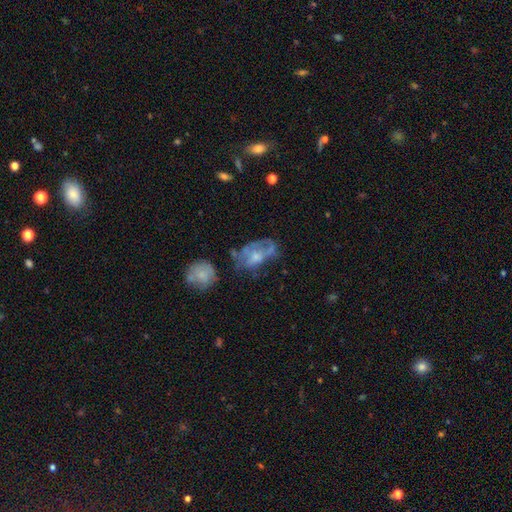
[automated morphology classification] Smooth or featured: featured or disk — 53% (smooth — 36%)
Edge-on disk: no — 95% (yes — 5%)
Bar: no — 82% (weak — 15%)
Spiral arms: no — 71% (yes — 29%)
Bulge size: moderate — 40% (small — 38%)
Merging: none — 34% (major disturbance — 30%)